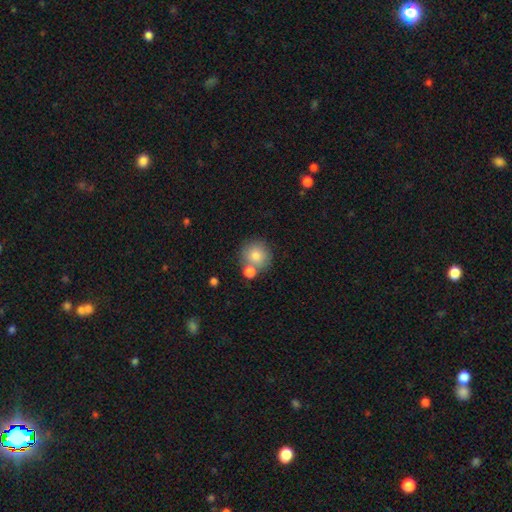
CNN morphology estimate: Smooth or featured? smooth (82%)
How rounded? round (89%)
Merging? none (63%)